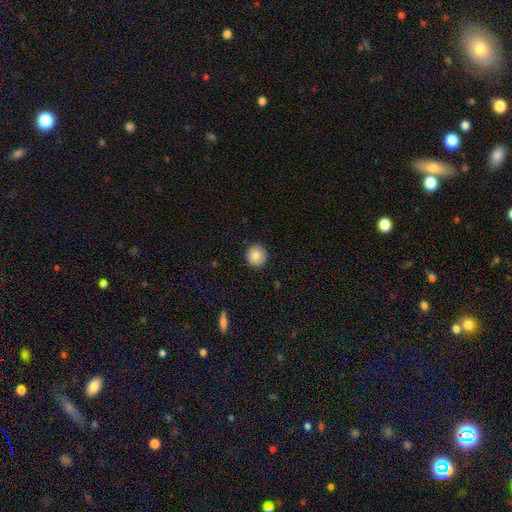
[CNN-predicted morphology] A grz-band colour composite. It shows a smooth galaxy with no disk features (86%) that is round (91%). Merging: none (84%).